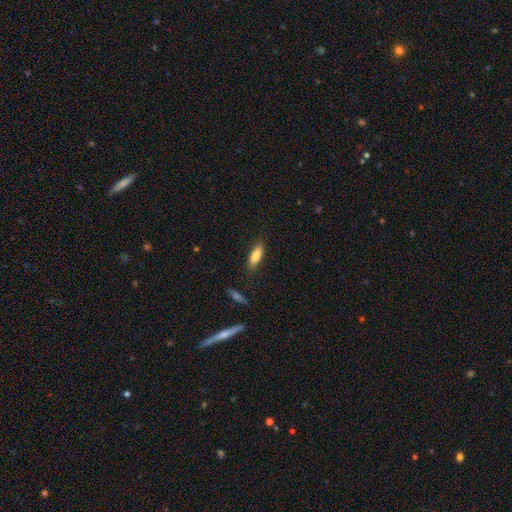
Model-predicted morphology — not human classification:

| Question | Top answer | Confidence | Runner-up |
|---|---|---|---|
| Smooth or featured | smooth | 82% | featured or disk (11%) |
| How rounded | in between | 63% | cigar-shaped (35%) |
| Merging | none | 82% | minor disturbance (13%) |